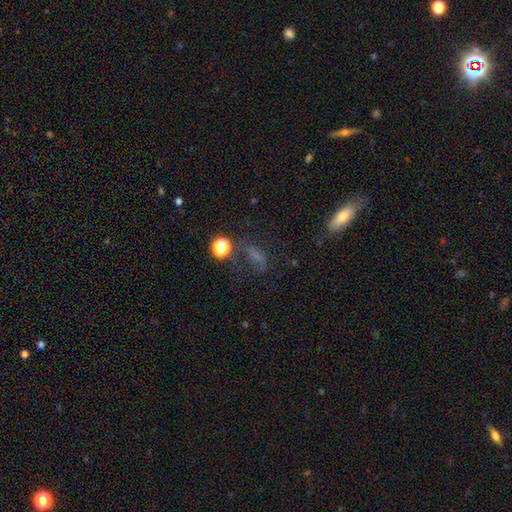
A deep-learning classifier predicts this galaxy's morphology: A smooth galaxy with no disk features (47%). Merging: none (50%).